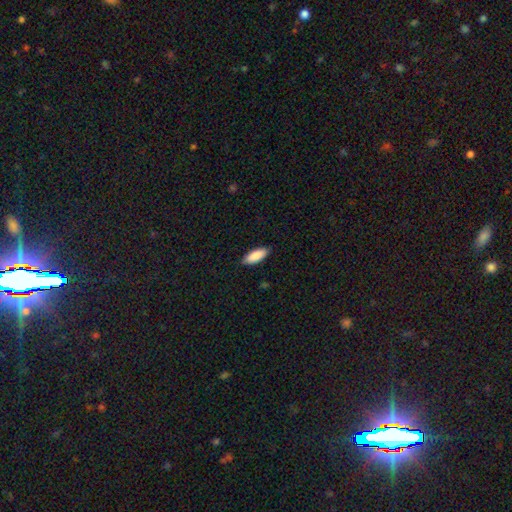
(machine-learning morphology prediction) type=smooth (89%); roundness=in between (76%); merging=none (87%).